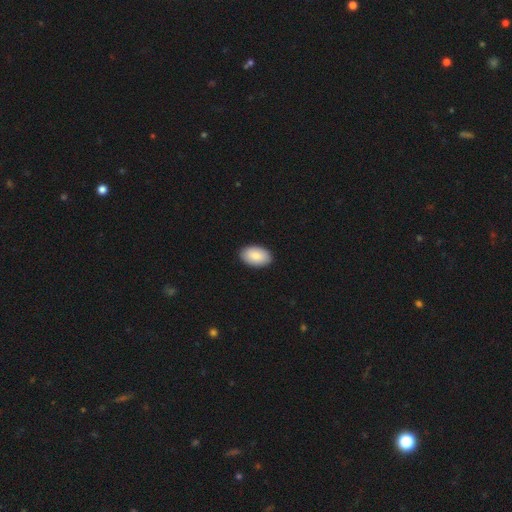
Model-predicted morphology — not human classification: A smooth galaxy with no disk features (87%) that is in between round and cigar-shaped (94%).

Vote fractions:
- Smooth or featured? smooth: 87% / featured or disk: 7% / star or artifact: 6%
- How rounded? in between: 94% / round: 5% / cigar-shaped: 1%
- Merging? none: 90% / minor disturbance: 7% / major disturbance: 2% / merger: 1%